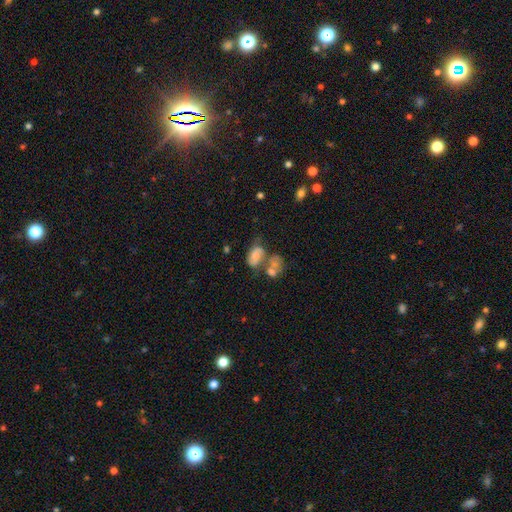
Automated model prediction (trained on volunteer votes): Smooth or featured? smooth (51%)
How rounded? in between (84%)
Merging? merger (41%)